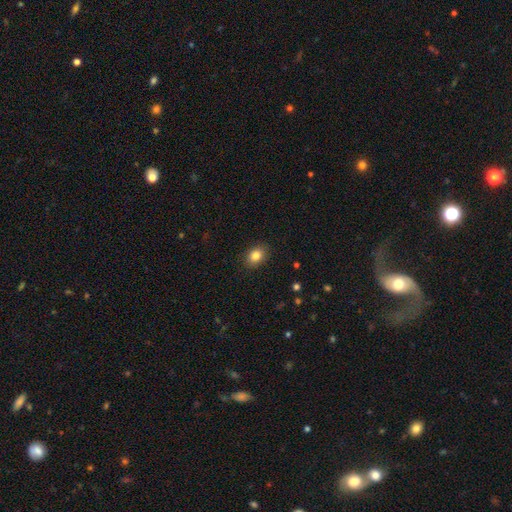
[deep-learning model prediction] Overall: smooth (84%). How rounded: in between (67%; round 32%). Merging: none (89%).